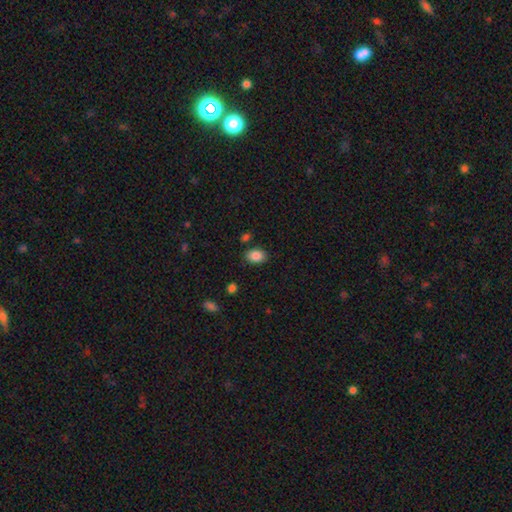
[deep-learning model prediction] Overall: smooth (87%). How rounded: in between (78%). Merging: none (82%).